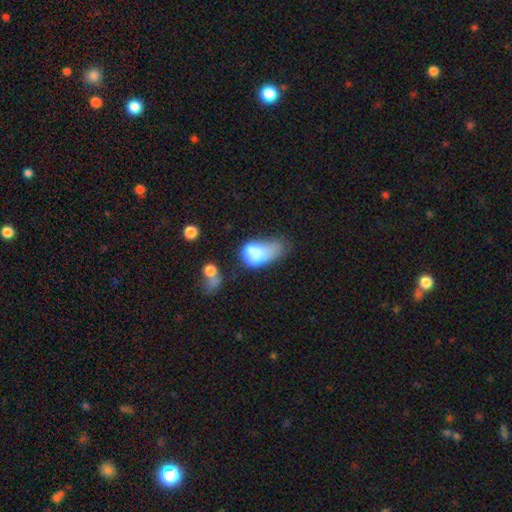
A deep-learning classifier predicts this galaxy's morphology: Smooth or featured? smooth (70%)
How rounded? in between (86%)
Merging? major disturbance (41%)